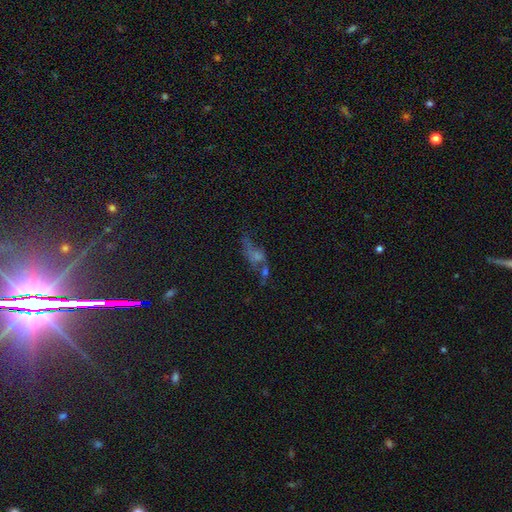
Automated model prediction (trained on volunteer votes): Morphology: type=star or artifact (37%).